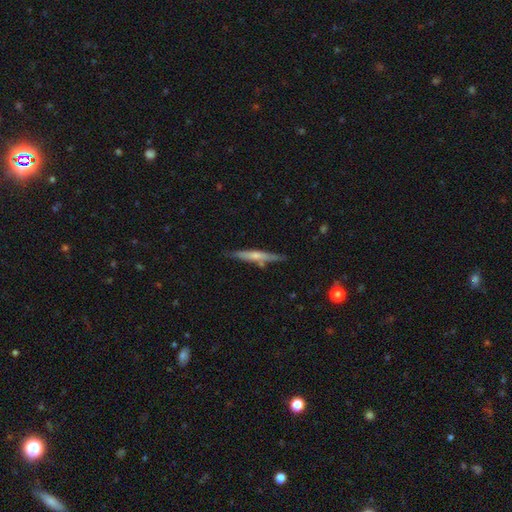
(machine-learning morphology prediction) Smooth or featured? featured or disk (49%)
Merging? none (79%)